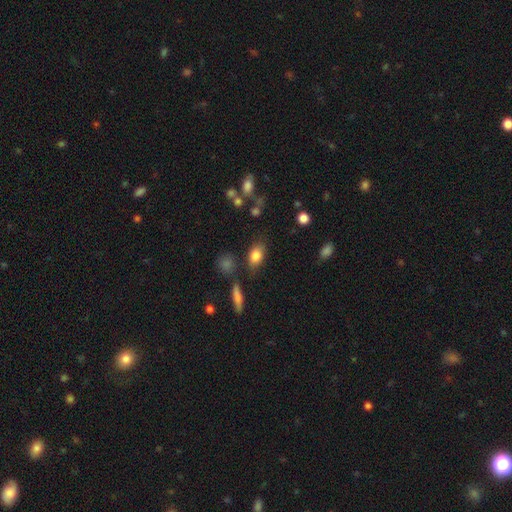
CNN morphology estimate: type=smooth (82%); roundness=in between (81%); merging=none (73%).